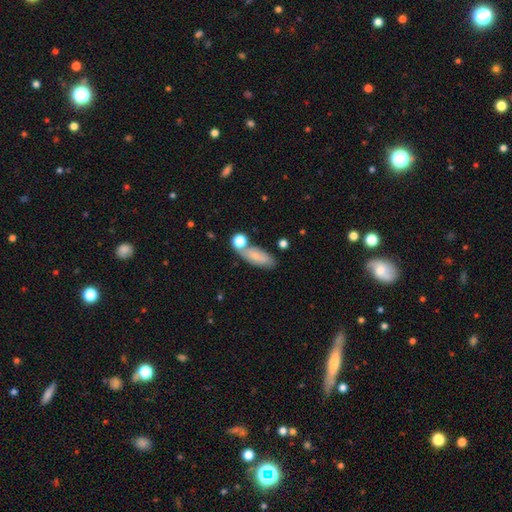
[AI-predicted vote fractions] smooth 72%, featured or disk 19%, star or artifact 9%. Down the decision tree: how rounded — in between (71%); merging — none (61%).